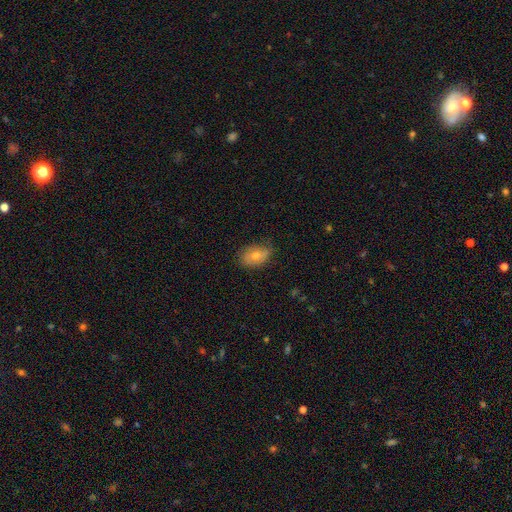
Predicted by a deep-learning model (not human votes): Smooth or featured? Predicted: smooth (p=0.65). How rounded? Predicted: in between (p=0.85). Merging? Predicted: none (p=0.74).